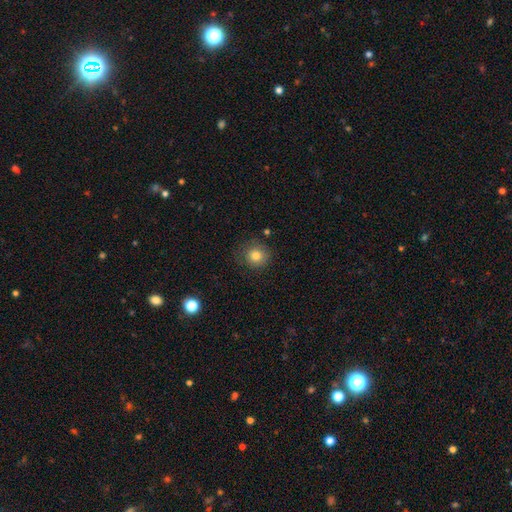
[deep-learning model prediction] smooth-or-featured: smooth: 81% | star or artifact: 11% | featured or disk: 7%
  how-rounded: round: 90% | in between: 9% | cigar-shaped: 1%
  merging: none: 83% | minor disturbance: 12% | major disturbance: 3% | merger: 2%